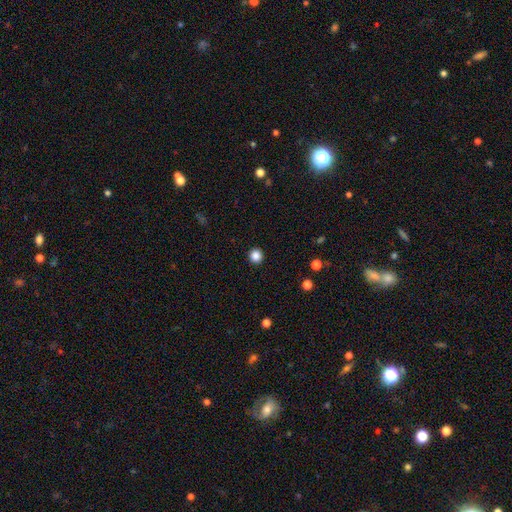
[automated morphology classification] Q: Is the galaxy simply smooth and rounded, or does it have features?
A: smooth — 86%.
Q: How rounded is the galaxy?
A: round — 94%.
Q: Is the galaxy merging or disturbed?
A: none — 93%.